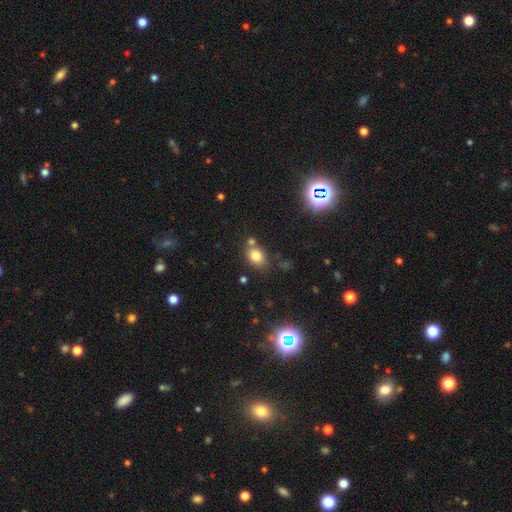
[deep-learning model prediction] A smooth galaxy with no disk features (78%) that is in between round and cigar-shaped (58%). Merging: none (64%).